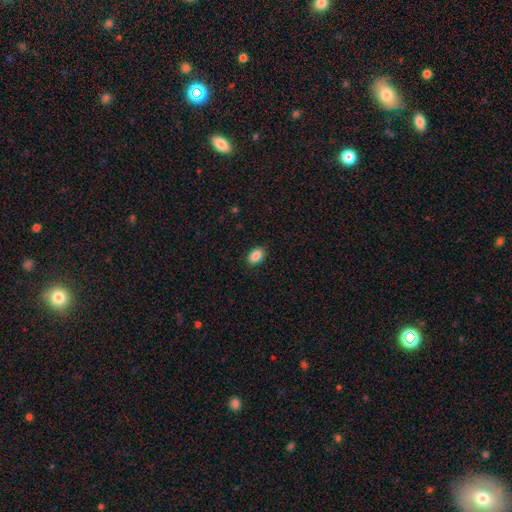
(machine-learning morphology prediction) A smooth galaxy with no disk features (88%) that is in between round and cigar-shaped (84%).

Vote fractions:
- Smooth or featured? smooth: 88% / star or artifact: 8% / featured or disk: 3%
- How rounded? in between: 84% / round: 14% / cigar-shaped: 1%
- Merging? none: 90% / minor disturbance: 7% / major disturbance: 2% / merger: 1%